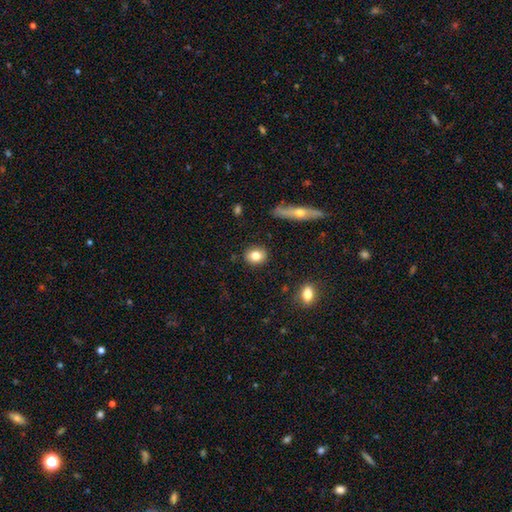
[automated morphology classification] Smooth or featured? Predicted: smooth (p=0.81). How rounded? Predicted: round (p=0.63). Merging? Predicted: none (p=0.88).